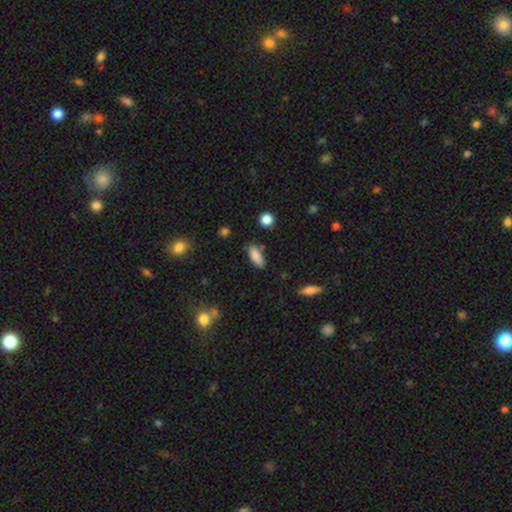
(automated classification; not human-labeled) The model was most divided on "how rounded": in between: 75%, cigar-shaped: 23%, round: 2%. More confident: smooth or featured — smooth (86%); merging — none (77%).